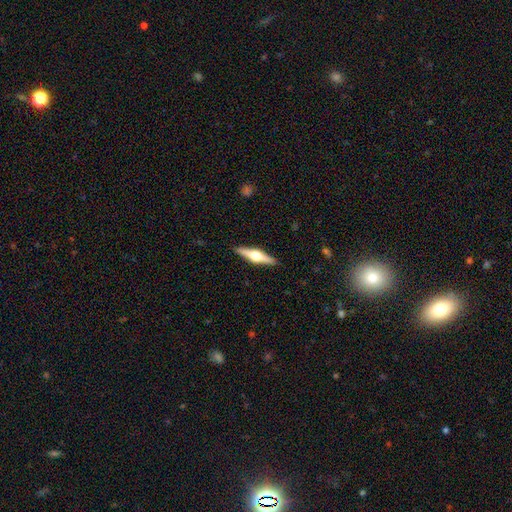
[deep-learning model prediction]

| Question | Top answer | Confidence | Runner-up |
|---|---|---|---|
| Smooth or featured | featured or disk | 71% | smooth (24%) |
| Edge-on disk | yes | 98% | no (2%) |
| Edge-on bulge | rounded | 95% | boxy (4%) |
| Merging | none | 91% | minor disturbance (6%) |